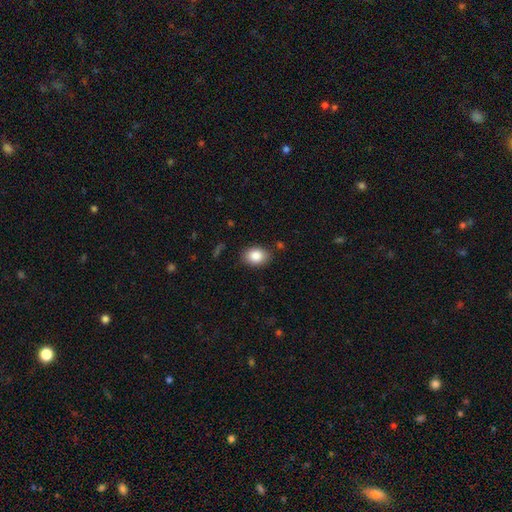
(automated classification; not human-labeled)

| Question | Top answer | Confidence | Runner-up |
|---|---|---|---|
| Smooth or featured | smooth | 86% | star or artifact (8%) |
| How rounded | in between | 72% | round (27%) |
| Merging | none | 85% | minor disturbance (11%) |